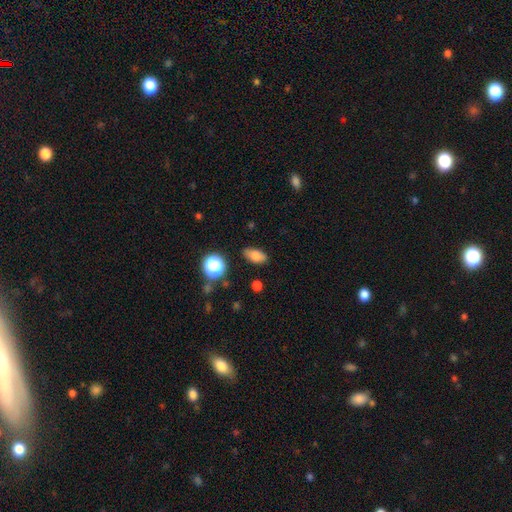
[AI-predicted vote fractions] Q: Smooth or featured?
A: smooth (79%); runner-up: star or artifact (11%)
Q: How rounded?
A: in between (85%); runner-up: round (9%)
Q: Merging?
A: none (83%); runner-up: minor disturbance (12%)